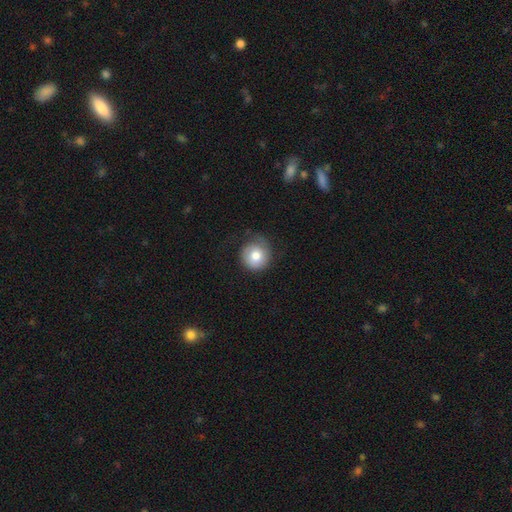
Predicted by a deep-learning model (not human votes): smooth_or_featured: smooth (p=0.77) [alt: featured or disk p=0.15]
how_rounded: round (p=0.91) [alt: in between p=0.08]
merging: none (p=0.62) [alt: minor disturbance p=0.25]